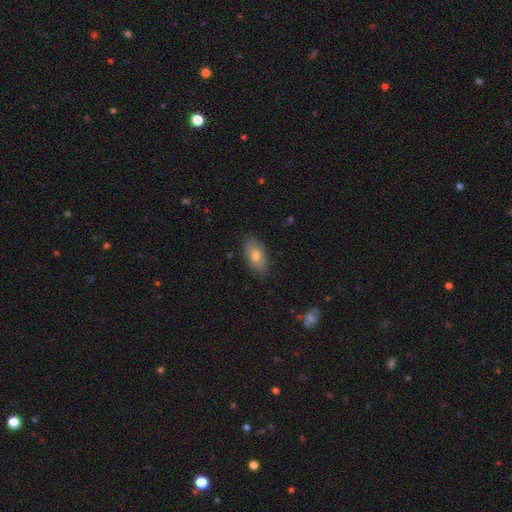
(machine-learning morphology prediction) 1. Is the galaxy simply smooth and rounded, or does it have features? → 74% smooth, 17% featured or disk, 8% star or artifact.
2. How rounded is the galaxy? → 88% in between, 7% cigar-shaped, 5% round.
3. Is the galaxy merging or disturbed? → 84% none, 12% minor disturbance, 2% major disturbance, 1% merger.